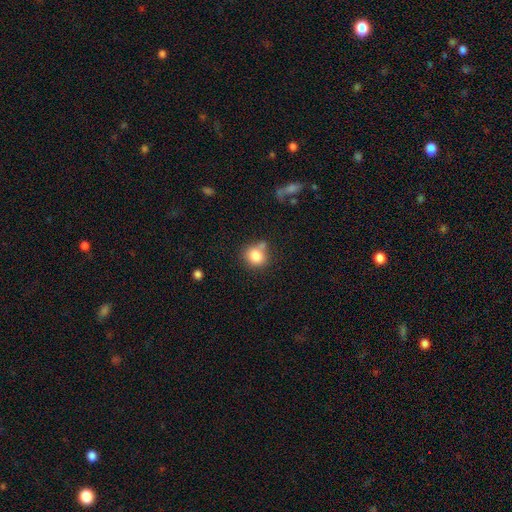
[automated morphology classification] A smooth galaxy with no disk features (82%) that is round (75%). Merging: none (61%).